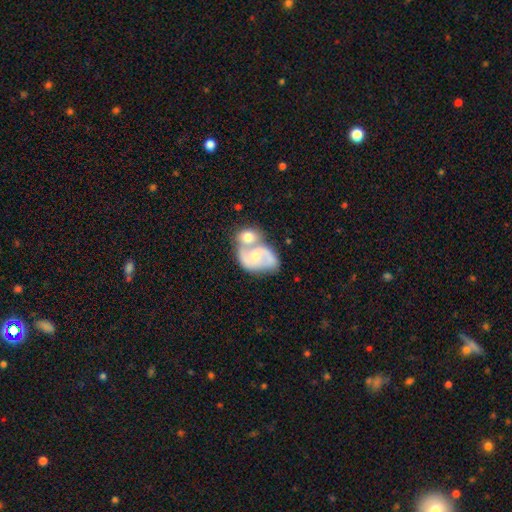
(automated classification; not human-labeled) Smooth or featured? Predicted: featured or disk (p=0.73). Edge-on disk? Predicted: no (p=0.97). Bar? Predicted: no (p=0.53). Spiral arms? Predicted: yes (p=0.88). Spiral winding? Predicted: medium (p=0.50). Spiral arm count? Predicted: 2 (p=0.84). Bulge size? Predicted: small (p=0.48). Merging? Predicted: merger (p=0.61).